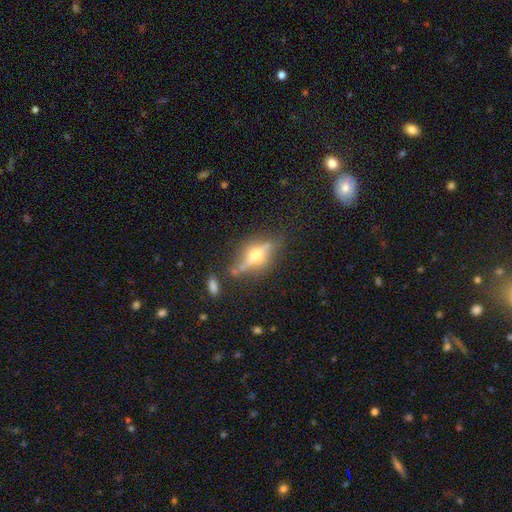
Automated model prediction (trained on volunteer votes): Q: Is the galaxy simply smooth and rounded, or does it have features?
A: featured or disk — 67%.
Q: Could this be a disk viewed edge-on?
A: yes — 87%.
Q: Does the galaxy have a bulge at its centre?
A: rounded — 95%.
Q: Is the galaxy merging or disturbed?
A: none — 72%.